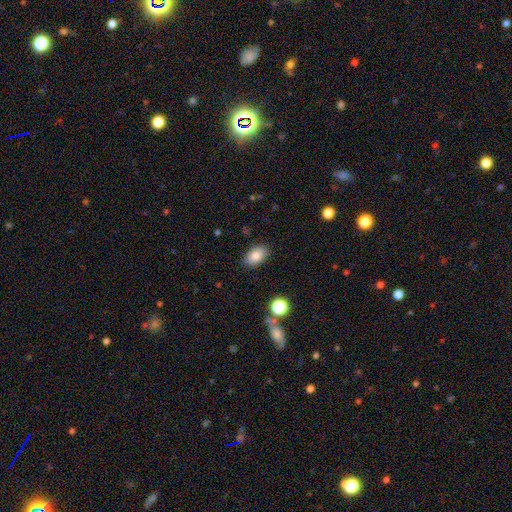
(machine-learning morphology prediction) Smooth or featured?
  - smooth: 83% *
  - star or artifact: 9%
  - featured or disk: 9%
How rounded?
  - in between: 89% *
  - round: 9%
  - cigar-shaped: 1%
Merging?
  - none: 87% *
  - minor disturbance: 9%
  - major disturbance: 3%
  - merger: 1%